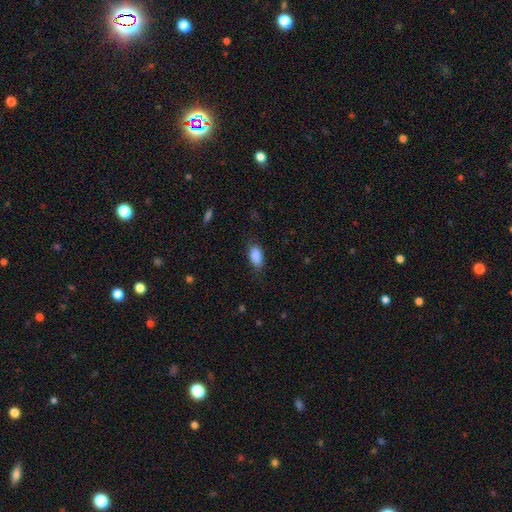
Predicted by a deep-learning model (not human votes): This appears to be a smooth galaxy with no disk features (89%) that is in between round and cigar-shaped (92%). Merging: none (76%).